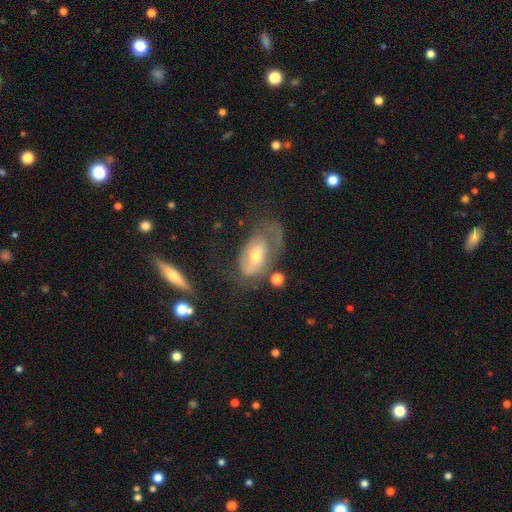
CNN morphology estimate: A featured or disk galaxy (60%) with no bar (61%), spiral arms (59%) and a moderate central bulge (53%). Merging: major disturbance (39%).